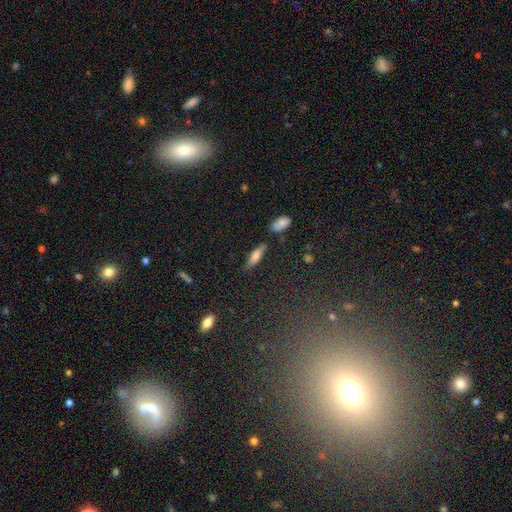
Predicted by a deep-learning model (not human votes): A smooth galaxy with no disk features (68%) that is cigar-shaped (58%).

Vote fractions:
- Smooth or featured? smooth: 68% / featured or disk: 25% / star or artifact: 8%
- How rounded? cigar-shaped: 58% / in between: 40% / round: 2%
- Merging? none: 78% / minor disturbance: 14% / merger: 5% / major disturbance: 3%